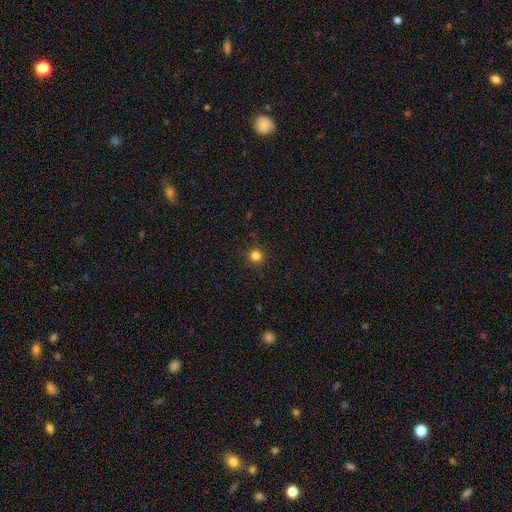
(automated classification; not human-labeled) Smooth or featured: smooth — 83% (star or artifact — 13%)
How rounded: round — 95% (in between — 4%)
Merging: none — 92% (minor disturbance — 5%)